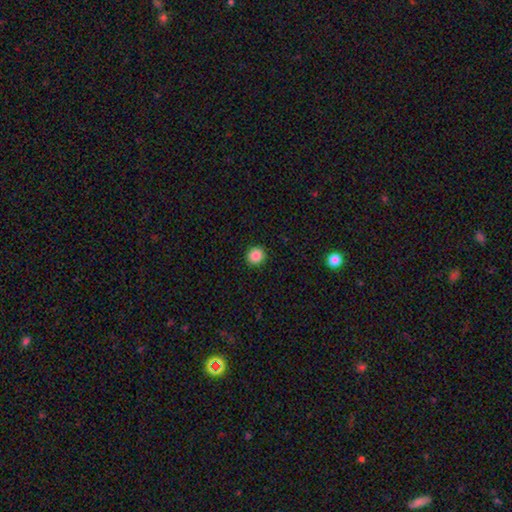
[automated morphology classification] Q: Smooth or featured?
A: smooth (87%); runner-up: star or artifact (10%)
Q: How rounded?
A: round (92%); runner-up: in between (7%)
Q: Merging?
A: none (93%); runner-up: minor disturbance (5%)